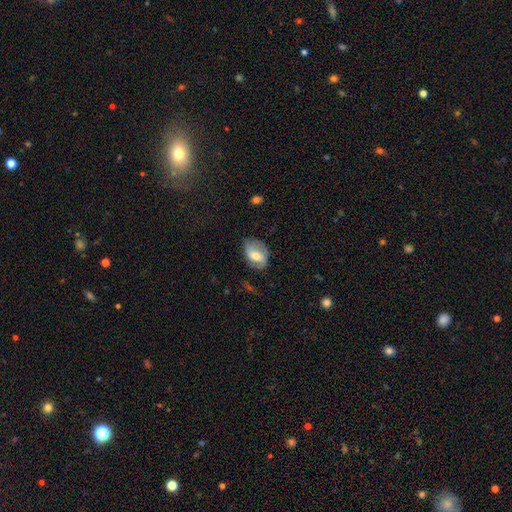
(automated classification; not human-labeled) Morphology: type=featured or disk (47%); merging=none (63%).